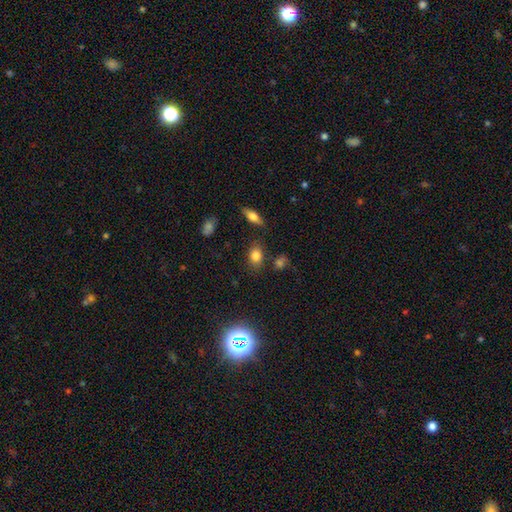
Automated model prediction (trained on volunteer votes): Morphology: type=smooth (80%); roundness=in between (69%); merging=none (78%).